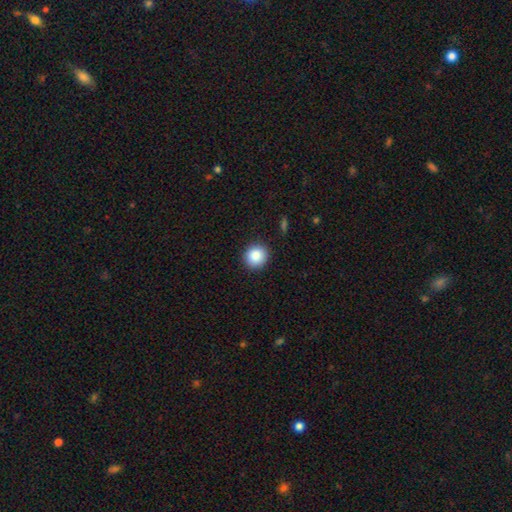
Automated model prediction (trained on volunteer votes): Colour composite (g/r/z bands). It shows a smooth galaxy with no disk features (87%) that is round (86%). Merging: none (90%).